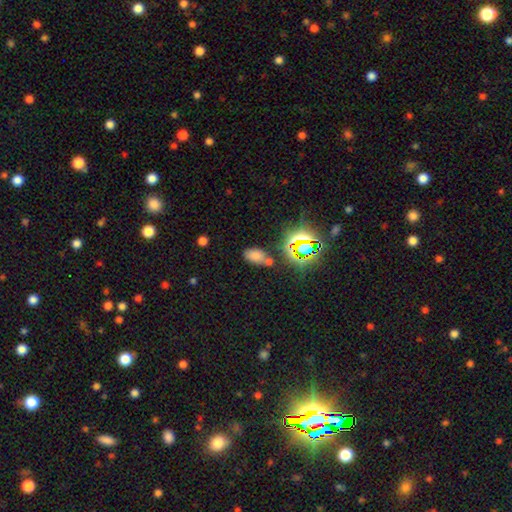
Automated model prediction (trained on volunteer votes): Overall: smooth (66%). How rounded: in between (90%). Merging: none (60%).